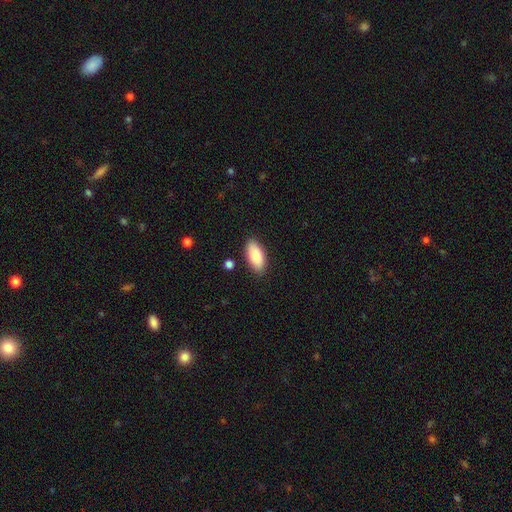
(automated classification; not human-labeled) This appears to be a smooth galaxy with no disk features (86%) that is in between round and cigar-shaped (89%). Merging: none (86%).